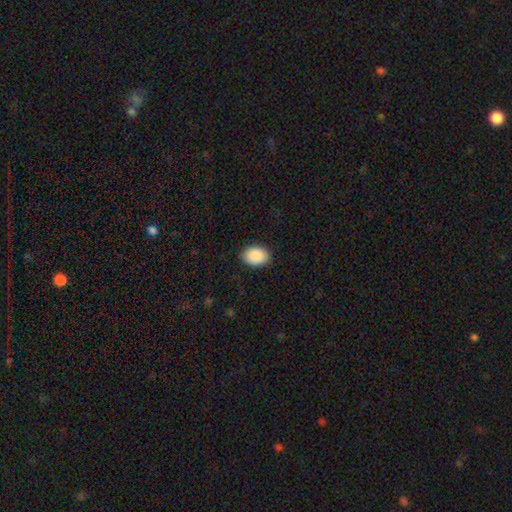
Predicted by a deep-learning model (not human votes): Overall: smooth (90%). How rounded: in between (83%). Merging: none (88%).